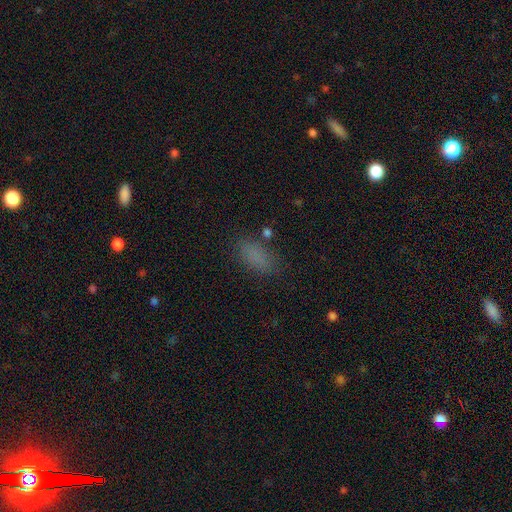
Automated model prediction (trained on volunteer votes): Q: Smooth or featured?
A: smooth (80%); runner-up: star or artifact (14%)
Q: How rounded?
A: in between (87%); runner-up: cigar-shaped (8%)
Q: Merging?
A: none (78%); runner-up: minor disturbance (14%)